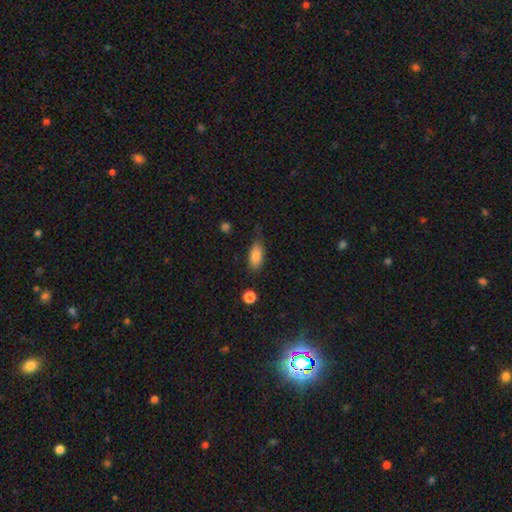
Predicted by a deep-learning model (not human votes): This is clearly a smooth galaxy (84%). How rounded: clearly in between (88%). Merging: likely none (68%).